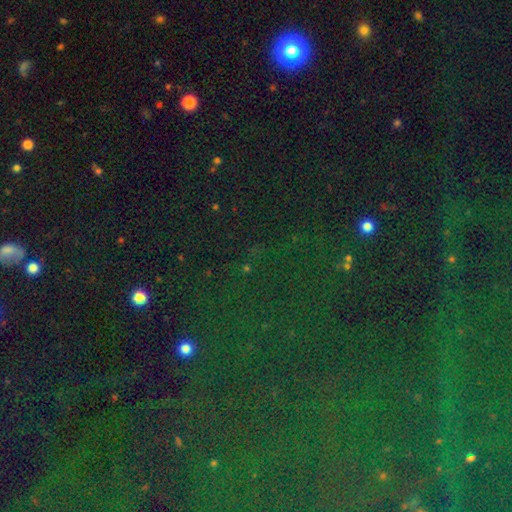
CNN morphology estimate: smooth_or_featured: star or artifact (p=0.80) [alt: smooth p=0.12]